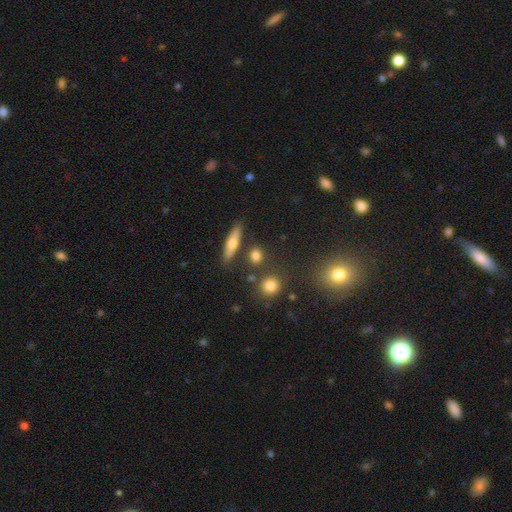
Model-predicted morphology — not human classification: Smooth or featured? Predicted: smooth (p=0.76). How rounded? Predicted: round (p=0.58). Merging? Predicted: none (p=0.78).